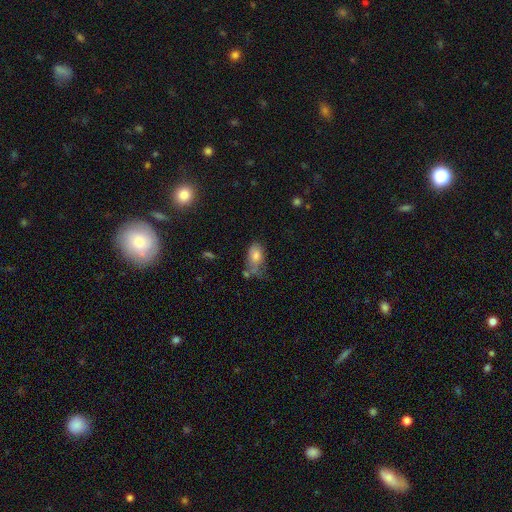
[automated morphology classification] Smooth or featured?
  - smooth: 75% *
  - featured or disk: 17%
  - star or artifact: 9%
How rounded?
  - in between: 89% *
  - round: 8%
  - cigar-shaped: 3%
Merging?
  - none: 36% *
  - minor disturbance: 32%
  - major disturbance: 18%
  - merger: 14%